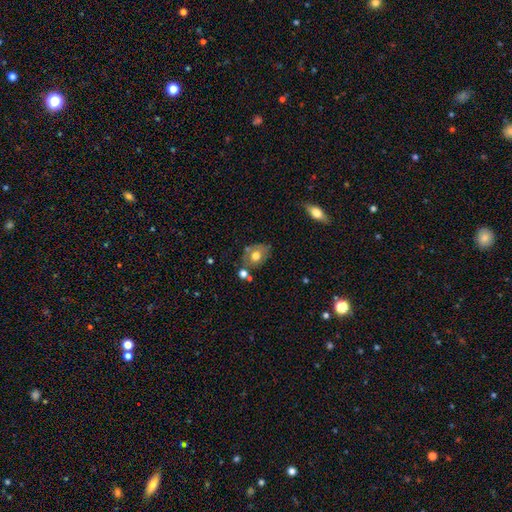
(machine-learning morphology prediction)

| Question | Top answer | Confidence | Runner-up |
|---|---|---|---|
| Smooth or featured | smooth | 61% | featured or disk (29%) |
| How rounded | in between | 62% | round (37%) |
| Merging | none | 55% | minor disturbance (21%) |